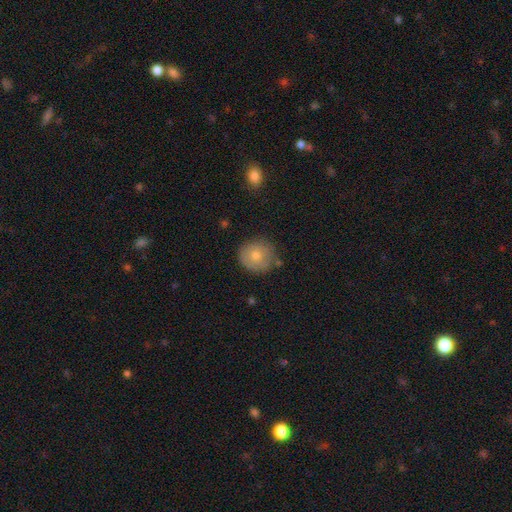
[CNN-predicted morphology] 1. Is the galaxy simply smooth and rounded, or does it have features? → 76% smooth, 15% featured or disk, 9% star or artifact.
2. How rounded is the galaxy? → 92% round, 7% in between, 1% cigar-shaped.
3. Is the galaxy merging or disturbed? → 78% none, 15% minor disturbance, 4% major disturbance, 3% merger.